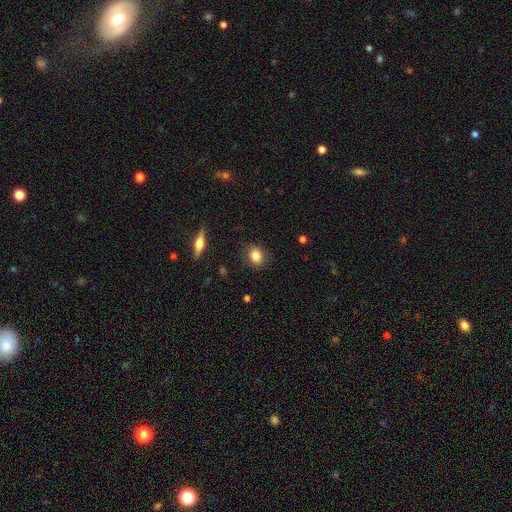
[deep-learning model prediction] A smooth galaxy with no disk features (84%) that is in between round and cigar-shaped (55%). Merging: none (84%).